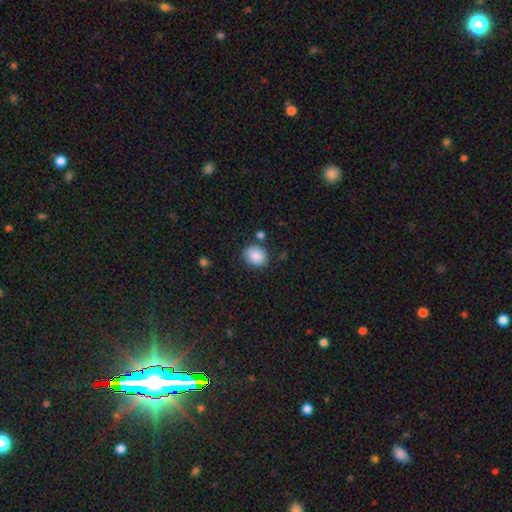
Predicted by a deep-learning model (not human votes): Q: Smooth or featured?
A: smooth (88%); runner-up: star or artifact (8%)
Q: How rounded?
A: round (55%); runner-up: in between (45%)
Q: Merging?
A: none (78%); runner-up: minor disturbance (13%)